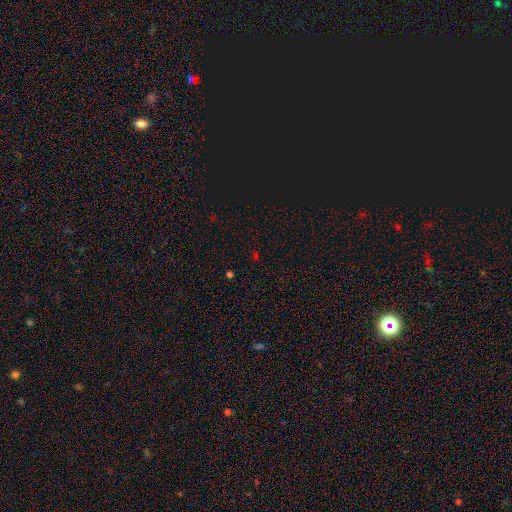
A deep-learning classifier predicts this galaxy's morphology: Q: Smooth or featured?
A: star or artifact (63%); runner-up: smooth (30%)